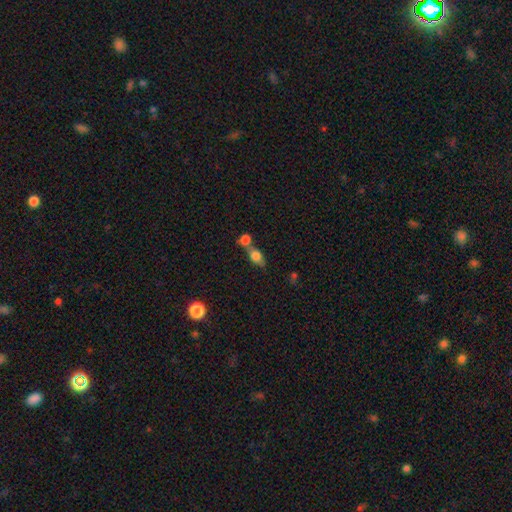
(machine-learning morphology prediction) Smooth or featured: smooth — 78% (featured or disk — 13%)
How rounded: in between — 75% (round — 20%)
Merging: merger — 55% (none — 31%)